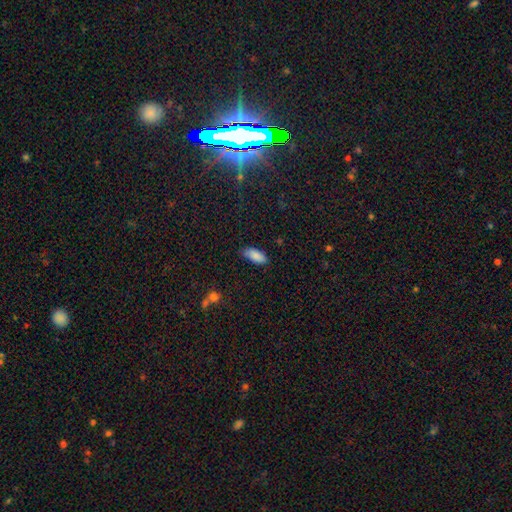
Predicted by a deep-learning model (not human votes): A smooth galaxy with no disk features (87%) that is in between round and cigar-shaped (87%).

Vote fractions:
- Smooth or featured? smooth: 87% / star or artifact: 7% / featured or disk: 6%
- How rounded? in between: 87% / cigar-shaped: 11% / round: 2%
- Merging? none: 75% / minor disturbance: 20% / major disturbance: 3% / merger: 2%